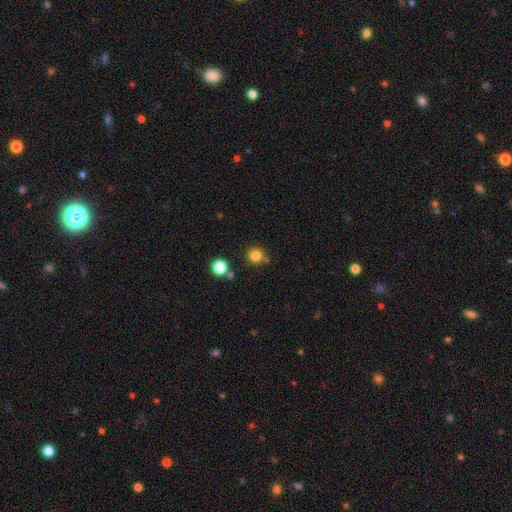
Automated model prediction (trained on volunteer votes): This appears to be a smooth galaxy with no disk features (82%) that is round (93%). Merging: none (79%).